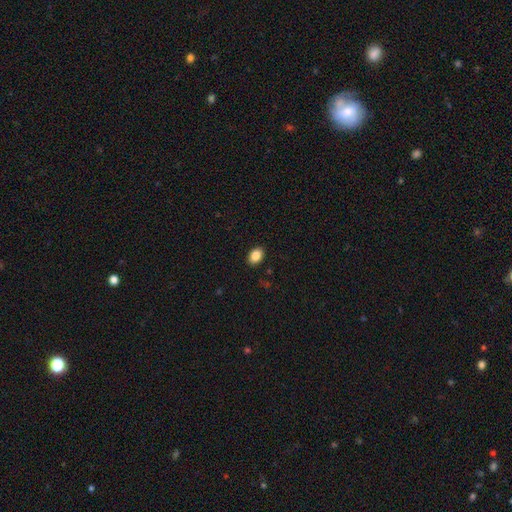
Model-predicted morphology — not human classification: smooth-or-featured: smooth: 87% | star or artifact: 9% | featured or disk: 5%
  how-rounded: in between: 80% | round: 19% | cigar-shaped: 1%
  merging: none: 90% | minor disturbance: 7% | major disturbance: 2% | merger: 1%